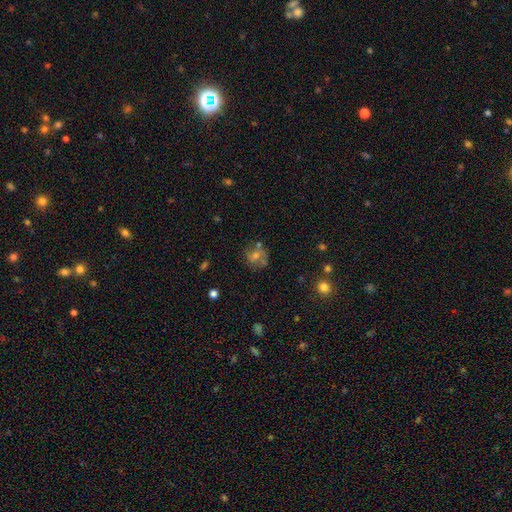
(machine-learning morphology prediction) Smooth or featured: smooth — 52% (featured or disk — 27%)
How rounded: round — 76% (in between — 22%)
Merging: none — 63% (minor disturbance — 18%)